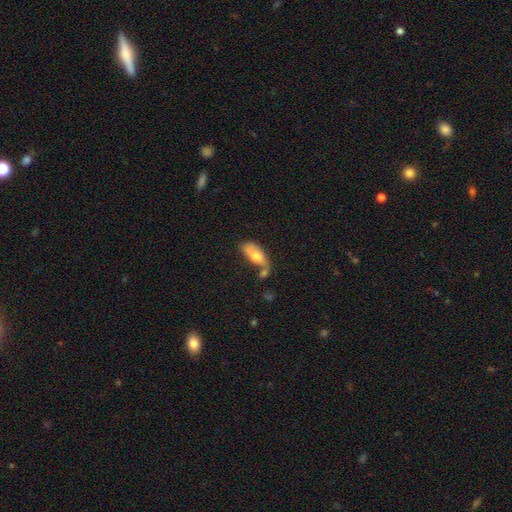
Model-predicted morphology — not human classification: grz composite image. It shows a smooth galaxy with no disk features (64%) that is in between round and cigar-shaped (85%). Merging: none (33%).